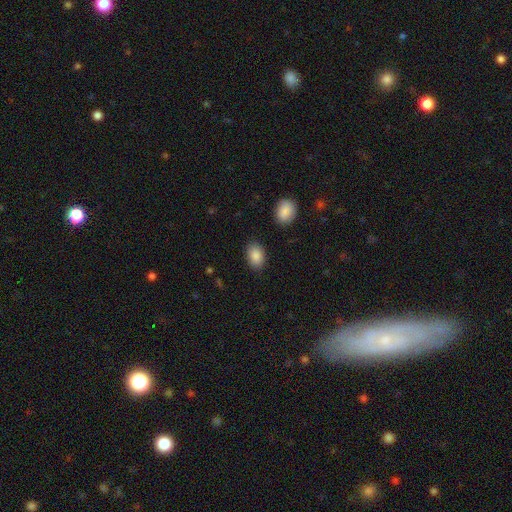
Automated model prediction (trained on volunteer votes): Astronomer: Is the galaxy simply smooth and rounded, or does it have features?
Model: smooth — 87%.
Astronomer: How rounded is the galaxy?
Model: in between — 84%.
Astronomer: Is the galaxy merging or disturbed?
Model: none — 87%.